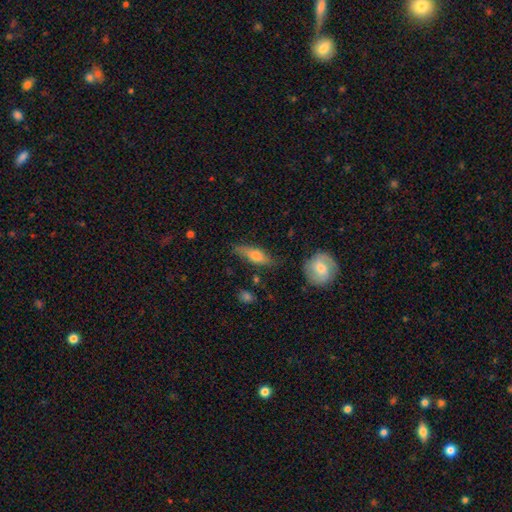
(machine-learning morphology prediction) A smooth galaxy with no disk features (57%) that is in between round and cigar-shaped (51%).

Vote fractions:
- Smooth or featured? smooth: 57% / featured or disk: 36% / star or artifact: 7%
- How rounded? in between: 51% / cigar-shaped: 44% / round: 4%
- Merging? none: 71% / minor disturbance: 21% / major disturbance: 5% / merger: 3%